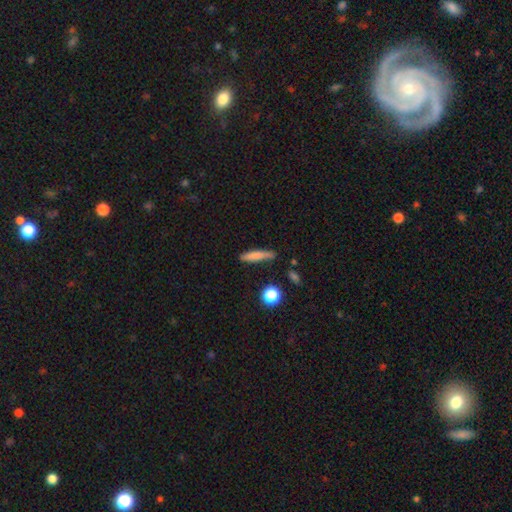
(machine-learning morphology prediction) This appears to be a smooth galaxy with no disk features (76%) that is cigar-shaped (85%). Merging: none (78%).